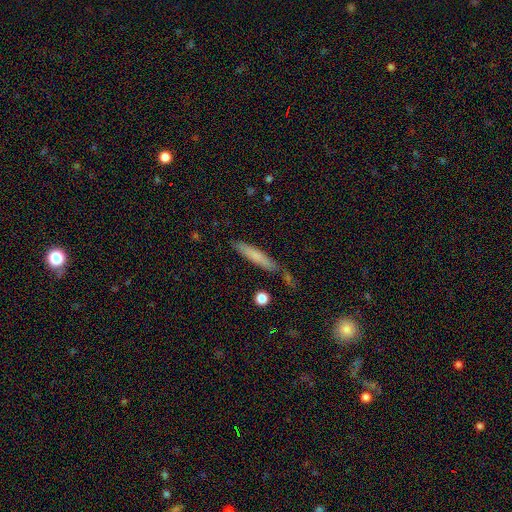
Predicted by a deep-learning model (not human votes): Smooth or featured? Predicted: smooth (p=0.72). How rounded? Predicted: cigar-shaped (p=0.91). Merging? Predicted: none (p=0.74).